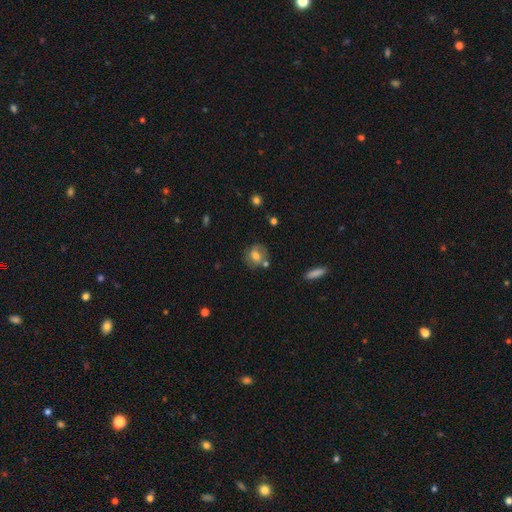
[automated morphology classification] This appears to be a smooth galaxy with no disk features (59%) that is round (67%). Merging: none (66%).